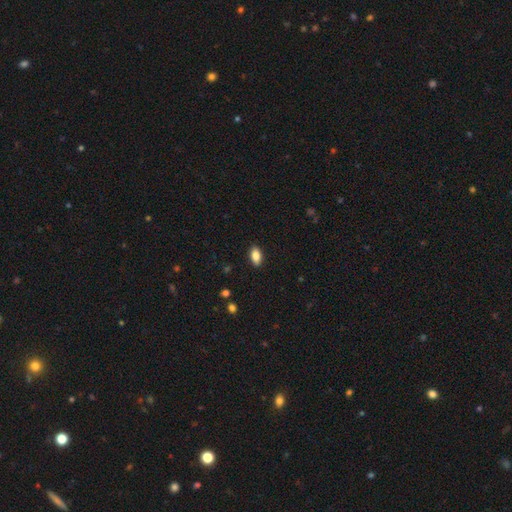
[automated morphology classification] Smooth or featured: smooth — 83% (featured or disk — 9%)
How rounded: in between — 90% (cigar-shaped — 7%)
Merging: none — 89% (minor disturbance — 8%)